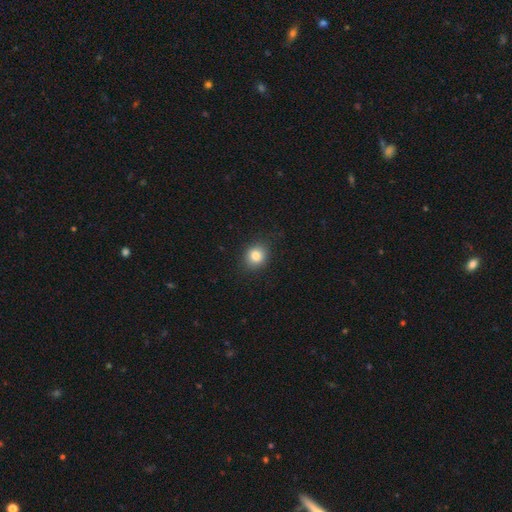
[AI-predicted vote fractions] Morphology: type=smooth (82%); roundness=round (73%); merging=none (87%).